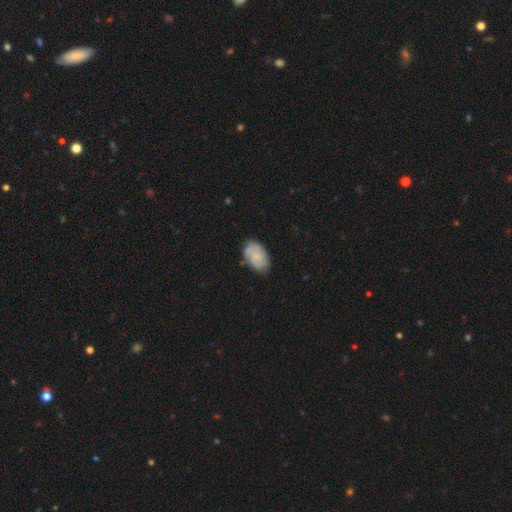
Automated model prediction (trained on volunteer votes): Smooth or featured? smooth (54%)
How rounded? in between (91%)
Merging? none (72%)